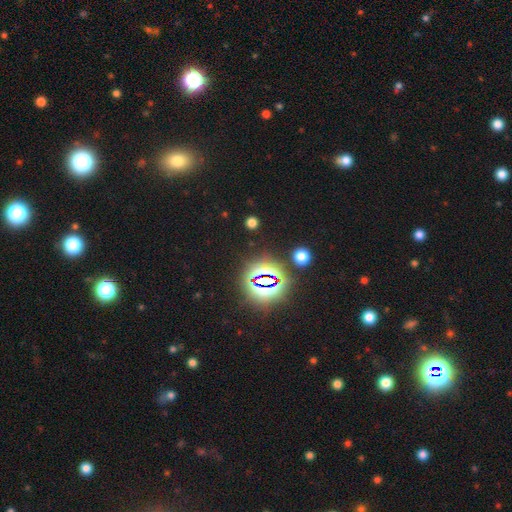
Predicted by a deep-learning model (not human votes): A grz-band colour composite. It shows a star or artifact, not a galaxy (69%).